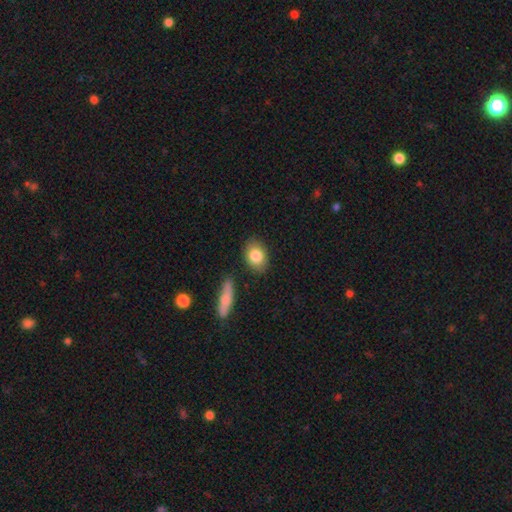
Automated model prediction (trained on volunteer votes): smooth 83%, featured or disk 10%, star or artifact 7%. Down the decision tree: how rounded — in between (68%); merging — none (83%).